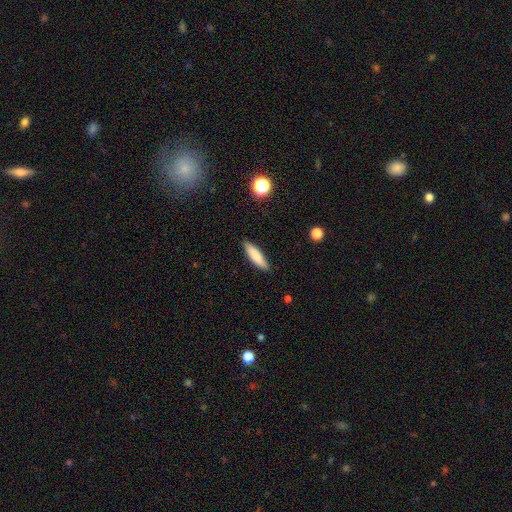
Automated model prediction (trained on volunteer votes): Smooth or featured: smooth — 81% (featured or disk — 13%)
How rounded: cigar-shaped — 72% (in between — 27%)
Merging: none — 88% (minor disturbance — 9%)